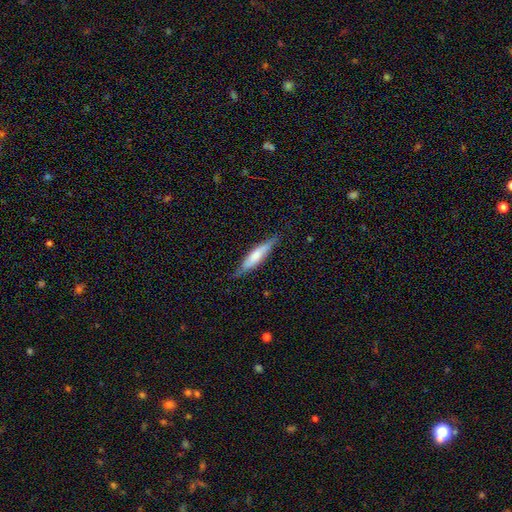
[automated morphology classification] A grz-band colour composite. It shows a smooth galaxy with no disk features (59%) that is cigar-shaped (80%). Merging: none (76%).